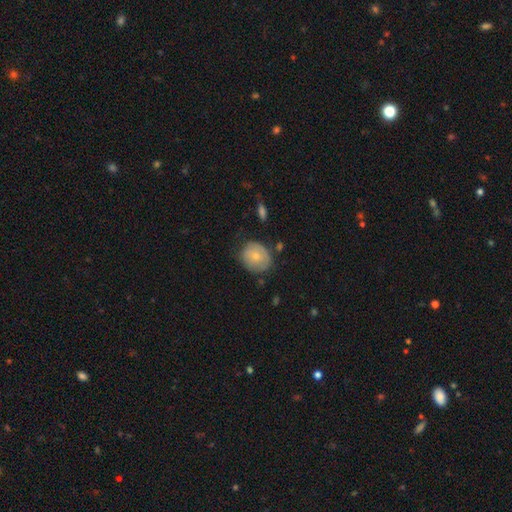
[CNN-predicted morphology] Smooth or featured? smooth (72%)
How rounded? round (69%)
Merging? none (65%)